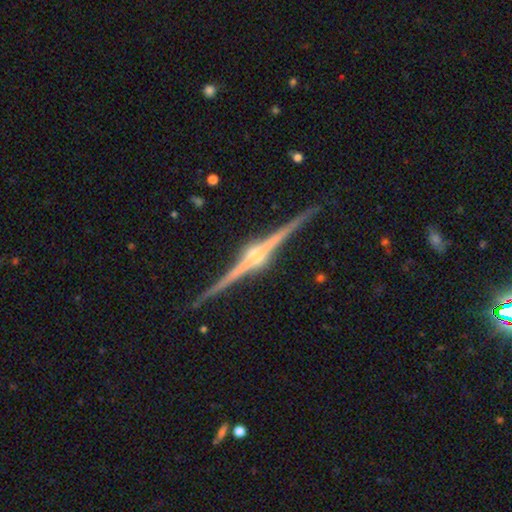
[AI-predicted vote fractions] This is clearly a featured or disk galaxy (92%). It is clearly viewed edge-on (99%). Edge-on bulge: clearly rounded (92%). Merging: clearly none (92%).